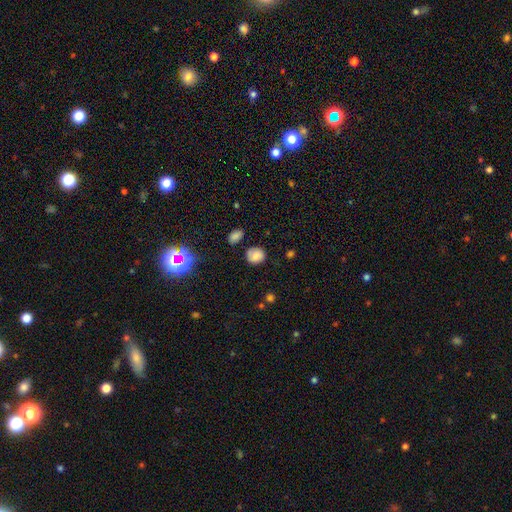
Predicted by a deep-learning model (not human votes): Smooth or featured? Predicted: smooth (p=0.77). How rounded? Predicted: round (p=0.73). Merging? Predicted: none (p=0.73).